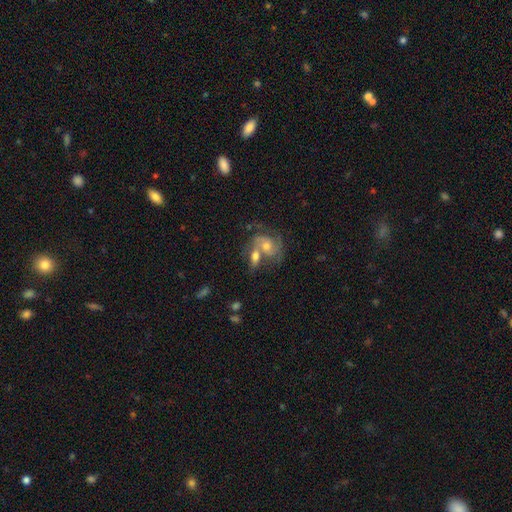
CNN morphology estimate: Overall: featured or disk (47%; smooth 43%). Merging: merger (56%; none 26%).